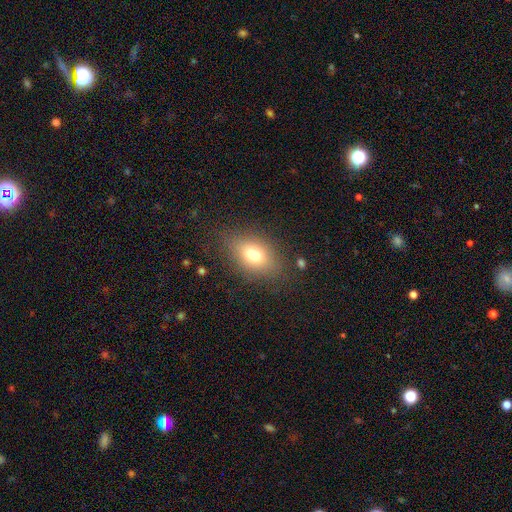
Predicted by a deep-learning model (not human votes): This is likely a smooth galaxy (71%). How rounded: clearly in between (84%). Merging: likely none (66%).